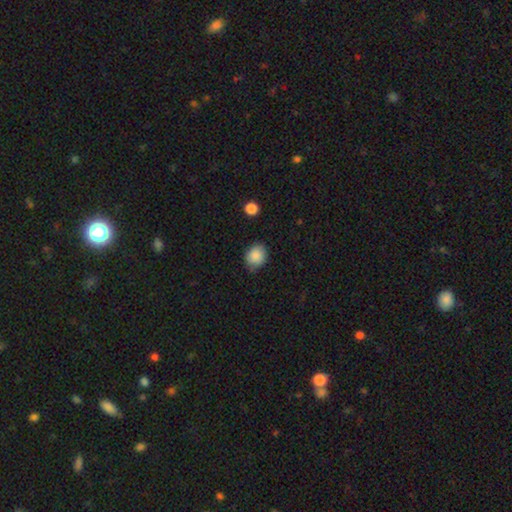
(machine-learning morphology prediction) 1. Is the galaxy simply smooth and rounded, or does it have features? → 87% smooth, 8% star or artifact, 5% featured or disk.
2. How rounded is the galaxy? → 55% round, 44% in between, 1% cigar-shaped.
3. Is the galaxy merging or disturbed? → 72% none, 23% minor disturbance, 4% major disturbance, 2% merger.